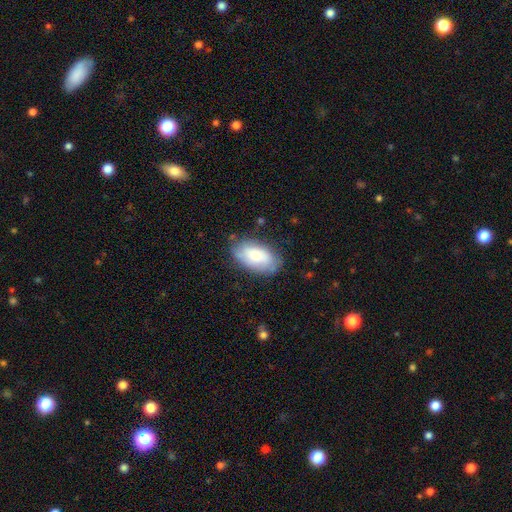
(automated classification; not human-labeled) A smooth galaxy with no disk features (78%) that is in between round and cigar-shaped (94%).

Vote fractions:
- Smooth or featured? smooth: 78% / featured or disk: 15% / star or artifact: 7%
- How rounded? in between: 94% / round: 3% / cigar-shaped: 3%
- Merging? none: 71% / minor disturbance: 21% / major disturbance: 6% / merger: 2%